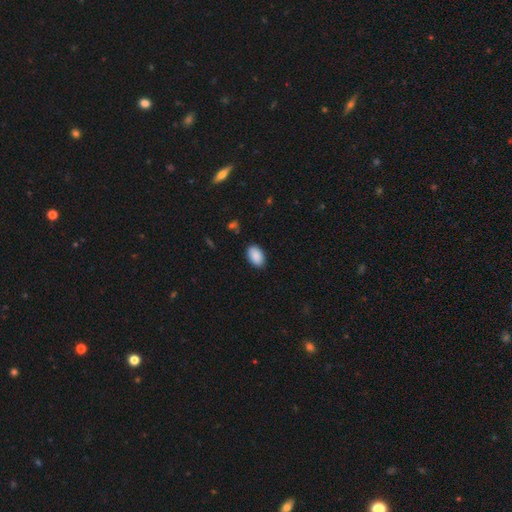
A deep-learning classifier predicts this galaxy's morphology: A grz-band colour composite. It shows a smooth galaxy with no disk features (90%) that is in between round and cigar-shaped (93%). Merging: none (88%).